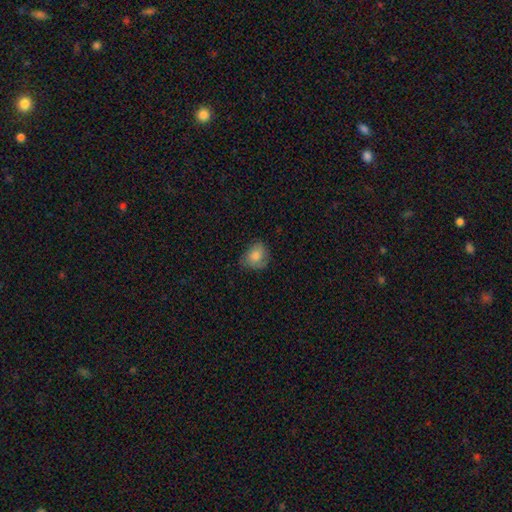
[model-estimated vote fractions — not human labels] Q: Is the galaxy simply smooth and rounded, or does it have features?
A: smooth — 78%.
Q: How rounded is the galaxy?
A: round — 54%.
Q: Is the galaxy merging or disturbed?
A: none — 60%.